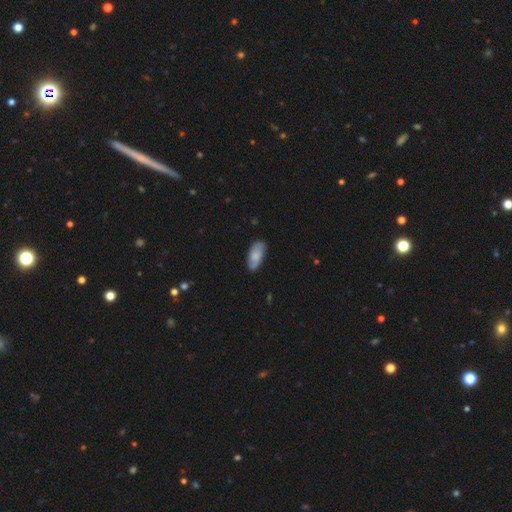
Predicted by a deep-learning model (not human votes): smooth-or-featured: smooth: 65% | featured or disk: 29% | star or artifact: 6%
  how-rounded: in between: 88% | cigar-shaped: 10% | round: 2%
  merging: none: 80% | minor disturbance: 15% | major disturbance: 3% | merger: 1%